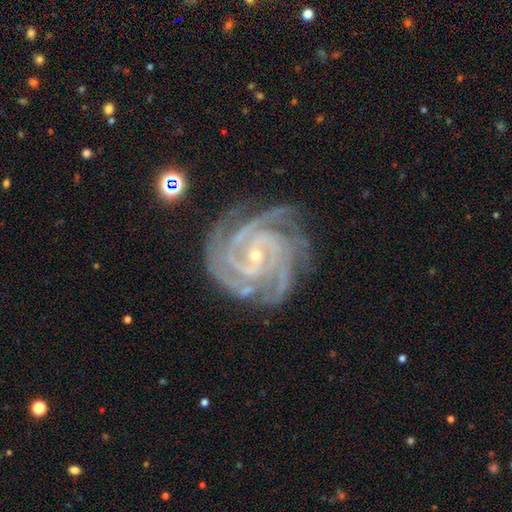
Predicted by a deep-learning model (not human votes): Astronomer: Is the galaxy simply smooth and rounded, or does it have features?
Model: featured or disk — 93%.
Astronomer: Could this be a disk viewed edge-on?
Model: no — 98%.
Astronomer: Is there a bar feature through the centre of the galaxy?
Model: no — 44% (runner-up: weak, 35%).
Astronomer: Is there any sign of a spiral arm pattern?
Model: yes — 99%.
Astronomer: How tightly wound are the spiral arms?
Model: tight — 77%.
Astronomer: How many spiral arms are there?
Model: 4 — 34% (runner-up: 3, 30%).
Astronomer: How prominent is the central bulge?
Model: small — 82%.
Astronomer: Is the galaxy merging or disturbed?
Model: none — 75%.